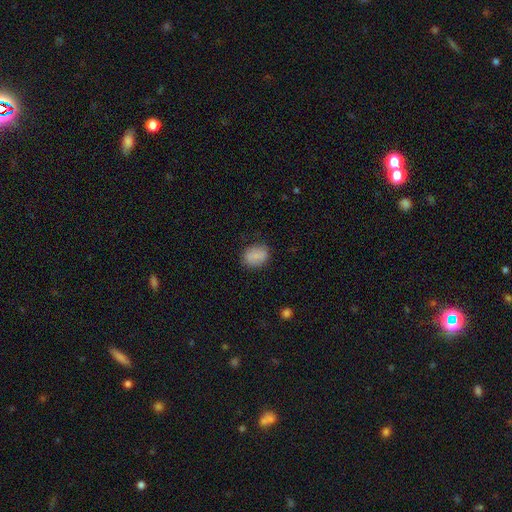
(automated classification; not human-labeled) Smooth or featured: smooth — 83% (featured or disk — 9%)
How rounded: in between — 57% (round — 42%)
Merging: none — 81% (minor disturbance — 14%)